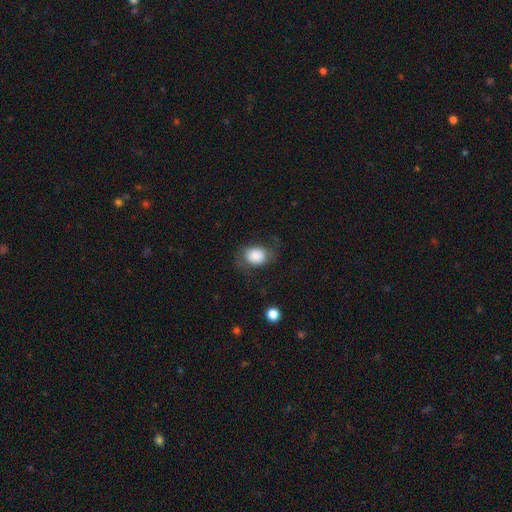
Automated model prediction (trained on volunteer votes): The model was most divided on "how rounded": in between: 54%, round: 45%, cigar-shaped: 1%. More confident: smooth or featured — smooth (75%); merging — none (56%).